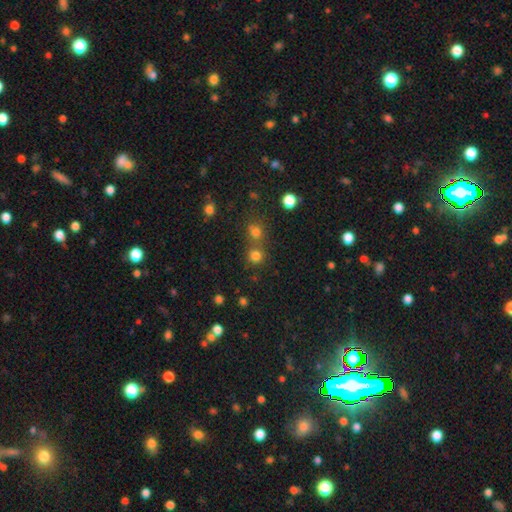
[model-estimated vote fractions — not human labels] Q: Smooth or featured?
A: smooth (76%); runner-up: star or artifact (19%)
Q: How rounded?
A: round (90%); runner-up: in between (9%)
Q: Merging?
A: none (63%); runner-up: merger (27%)